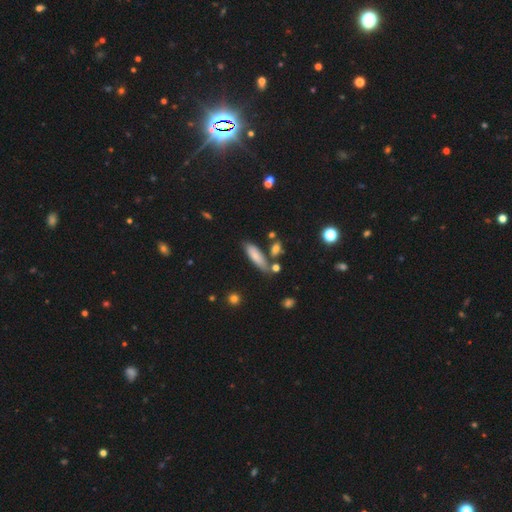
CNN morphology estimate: smooth 77%, featured or disk 16%, star or artifact 7%. Down the decision tree: how rounded — cigar-shaped (57%); merging — none (70%).